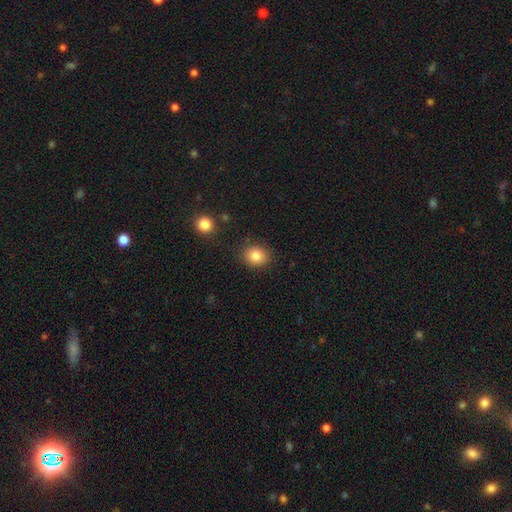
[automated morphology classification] This is clearly a smooth galaxy (83%). How rounded: likely round (69%). Merging: clearly none (87%).